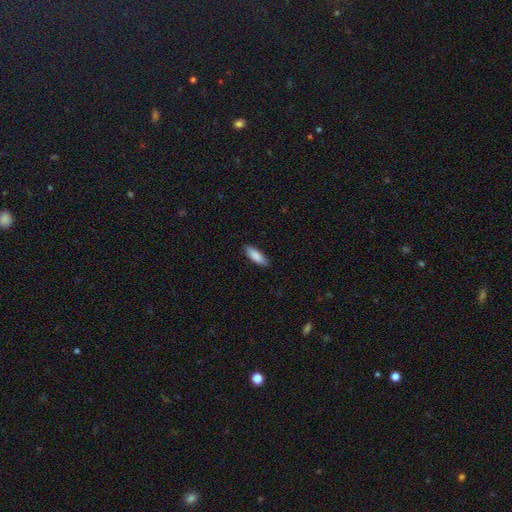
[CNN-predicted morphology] Smooth or featured? smooth (88%)
How rounded? in between (61%)
Merging? none (86%)